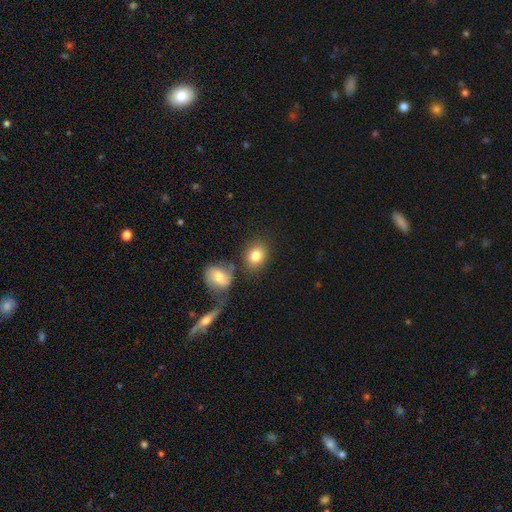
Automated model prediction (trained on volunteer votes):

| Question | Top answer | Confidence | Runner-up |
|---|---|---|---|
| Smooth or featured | smooth | 82% | featured or disk (9%) |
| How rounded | round | 51% | in between (48%) |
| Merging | none | 68% | merger (14%) |